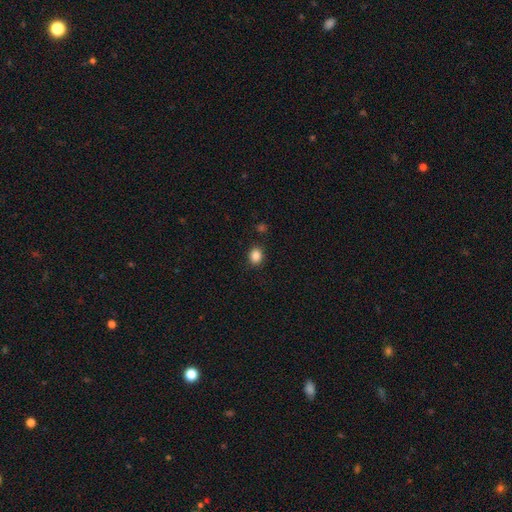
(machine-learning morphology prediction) Smooth or featured: smooth — 86% (star or artifact — 11%)
How rounded: round — 63% (in between — 36%)
Merging: none — 87% (minor disturbance — 8%)